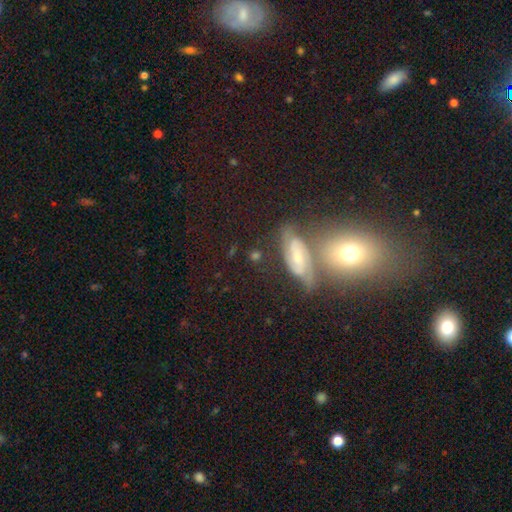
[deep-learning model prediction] Smooth or featured? Predicted: featured or disk (p=0.42). Merging? Predicted: none (p=0.59).